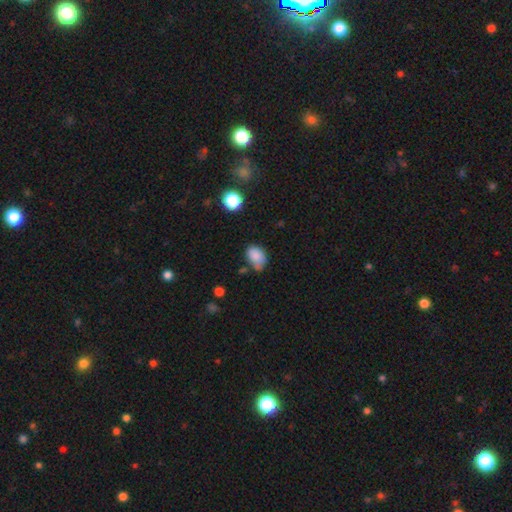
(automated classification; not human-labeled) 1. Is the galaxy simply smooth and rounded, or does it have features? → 83% smooth, 10% star or artifact, 8% featured or disk.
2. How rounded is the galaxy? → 78% in between, 21% round, 1% cigar-shaped.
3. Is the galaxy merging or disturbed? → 47% none, 33% minor disturbance, 11% merger, 9% major disturbance.